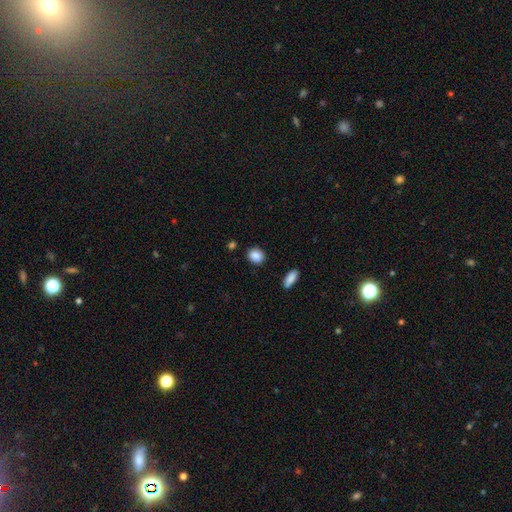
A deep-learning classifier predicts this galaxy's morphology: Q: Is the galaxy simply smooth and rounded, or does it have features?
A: smooth — 88%.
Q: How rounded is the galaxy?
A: round — 62%.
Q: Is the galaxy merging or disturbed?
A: none — 88%.